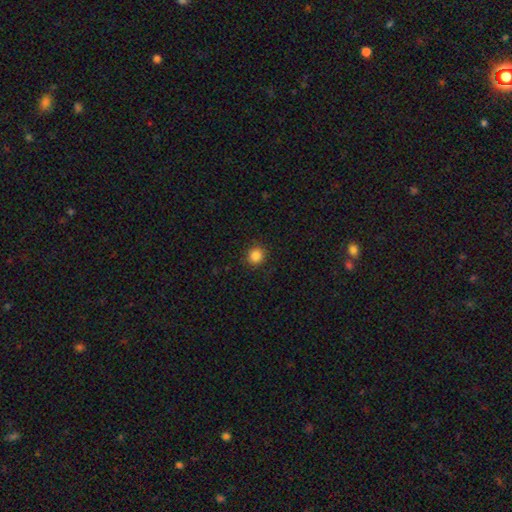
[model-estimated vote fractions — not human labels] Smooth or featured? smooth (86%)
How rounded? round (89%)
Merging? none (90%)